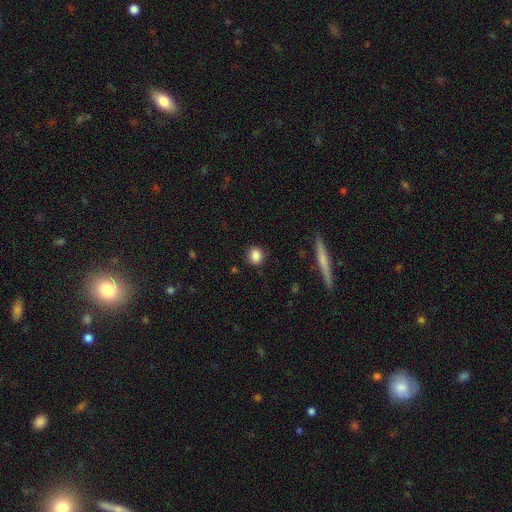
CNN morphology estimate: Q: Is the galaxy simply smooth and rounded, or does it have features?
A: smooth — 87%.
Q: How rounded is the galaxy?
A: round — 82%.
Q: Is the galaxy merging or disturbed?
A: none — 86%.